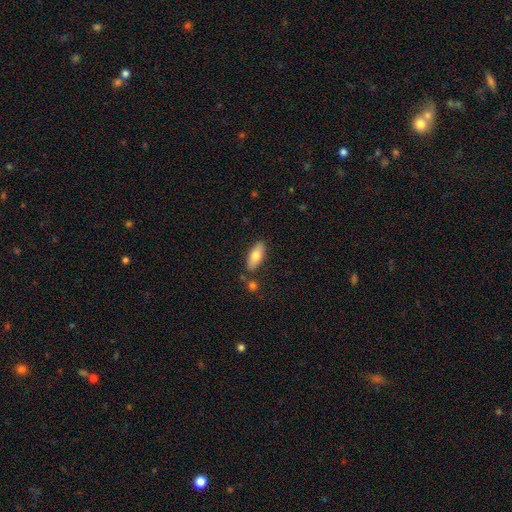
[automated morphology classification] A smooth galaxy with no disk features (73%) that is in between round and cigar-shaped (73%).

Vote fractions:
- Smooth or featured? smooth: 73% / featured or disk: 21% / star or artifact: 6%
- How rounded? in between: 73% / cigar-shaped: 24% / round: 2%
- Merging? none: 81% / minor disturbance: 11% / merger: 6% / major disturbance: 2%